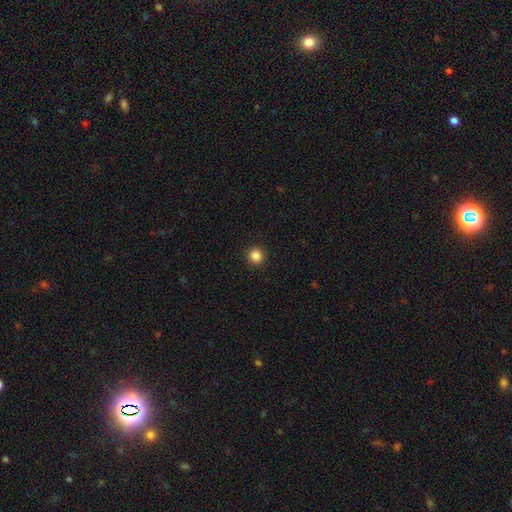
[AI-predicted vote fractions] A smooth galaxy with no disk features (86%) that is round (92%).

Vote fractions:
- Smooth or featured? smooth: 86% / star or artifact: 11% / featured or disk: 3%
- How rounded? round: 92% / in between: 7% / cigar-shaped: 1%
- Merging? none: 92% / minor disturbance: 5% / major disturbance: 2% / merger: 1%